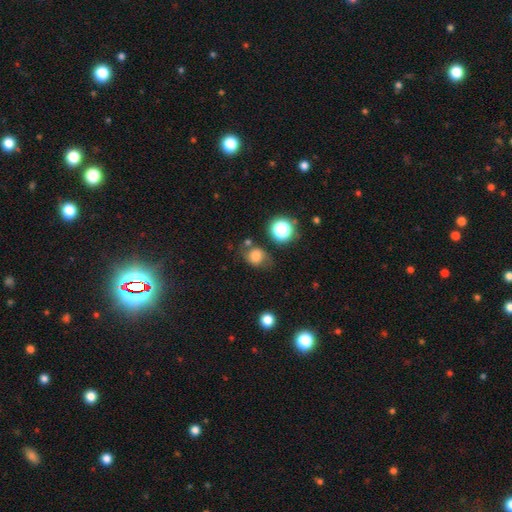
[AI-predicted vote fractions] This appears to be a smooth galaxy with no disk features (73%) that is round (62%). Merging: none (59%).